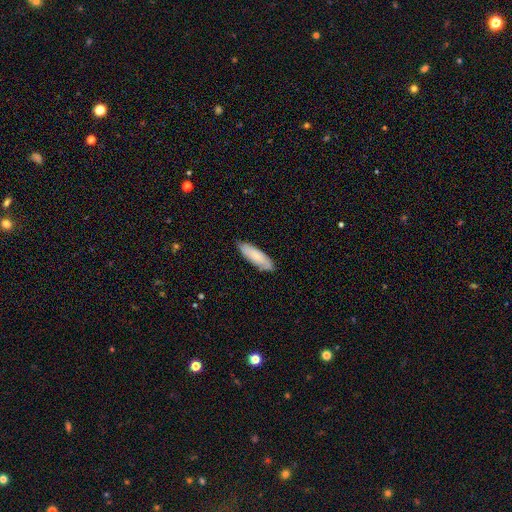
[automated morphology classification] smooth 78%, featured or disk 16%, star or artifact 6%. Down the decision tree: how rounded — cigar-shaped (51%); merging — none (84%).